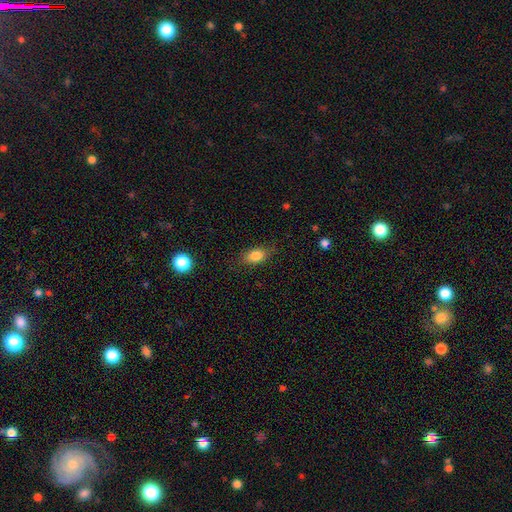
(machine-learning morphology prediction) Smooth or featured?
  - smooth: 82% *
  - star or artifact: 9%
  - featured or disk: 9%
How rounded?
  - in between: 82% *
  - round: 12%
  - cigar-shaped: 6%
Merging?
  - none: 80% *
  - minor disturbance: 15%
  - major disturbance: 4%
  - merger: 1%